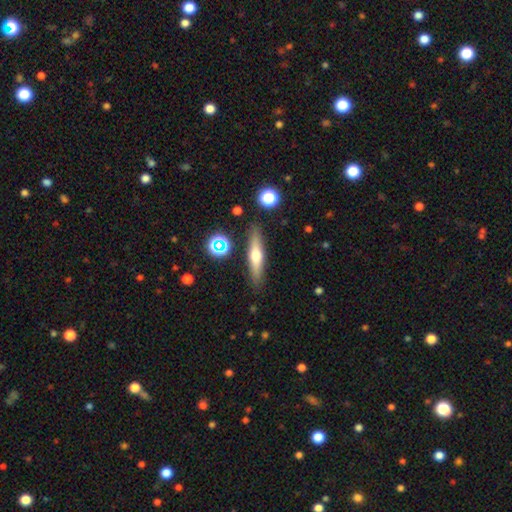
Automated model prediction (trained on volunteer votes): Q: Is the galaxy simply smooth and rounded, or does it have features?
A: featured or disk — 47%.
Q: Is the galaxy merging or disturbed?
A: none — 86%.